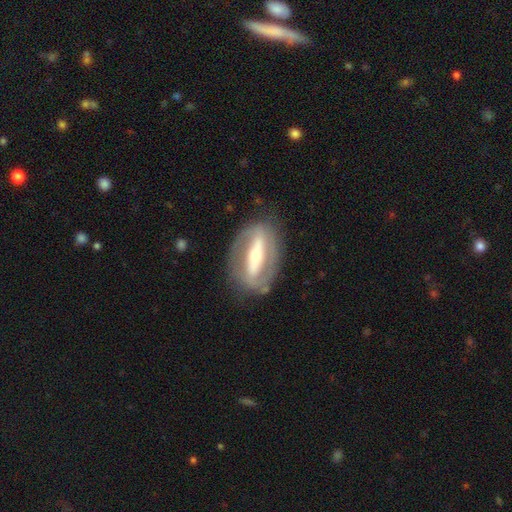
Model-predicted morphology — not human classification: smooth_or_featured: featured or disk (p=0.78) [alt: smooth p=0.16]
disk_edge_on: no (p=0.83) [alt: yes p=0.17]
bar: strong (p=0.78) [alt: weak p=0.13]
has_spiral_arms: yes (p=0.55) [alt: no p=0.45]
bulge_size: moderate (p=0.51) [alt: small p=0.31]
merging: none (p=0.78) [alt: minor disturbance p=0.13]